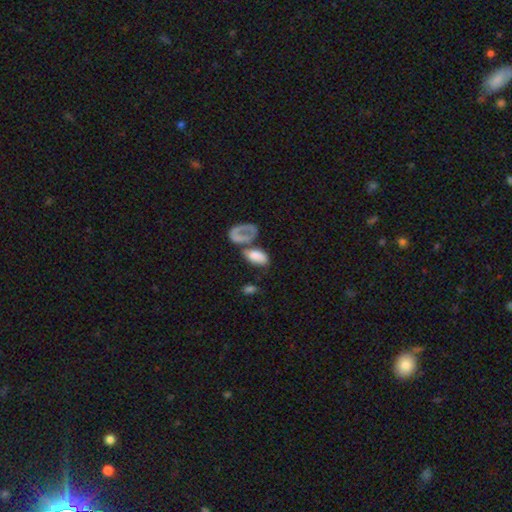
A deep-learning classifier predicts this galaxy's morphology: This appears to be a smooth galaxy with no disk features (70%) that is in between round and cigar-shaped (90%). Merging: merger (36%).